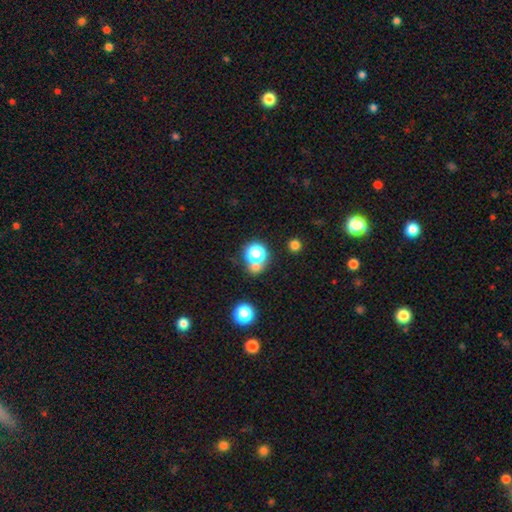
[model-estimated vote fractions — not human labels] A smooth galaxy with no disk features (60%) that is round (81%). Merging: none (58%).